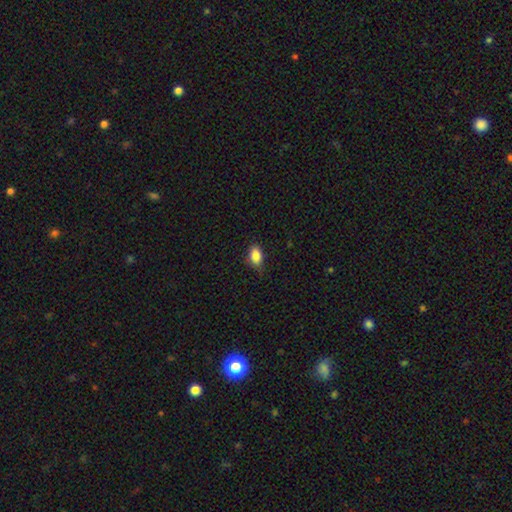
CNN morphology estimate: A smooth galaxy with no disk features (86%) that is in between round and cigar-shaped (87%).

Vote fractions:
- Smooth or featured? smooth: 86% / star or artifact: 8% / featured or disk: 6%
- How rounded? in between: 87% / round: 11% / cigar-shaped: 3%
- Merging? none: 74% / minor disturbance: 21% / major disturbance: 3% / merger: 1%